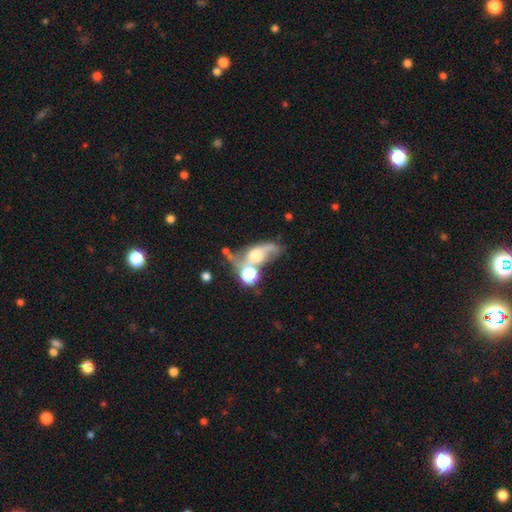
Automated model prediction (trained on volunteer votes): featured or disk 64%, smooth 23%, star or artifact 13%. Down the decision tree: edge-on disk — no (91%); bar — no (64%); spiral arms — yes (81%); bulge size — moderate (44%); merging — none (32%).